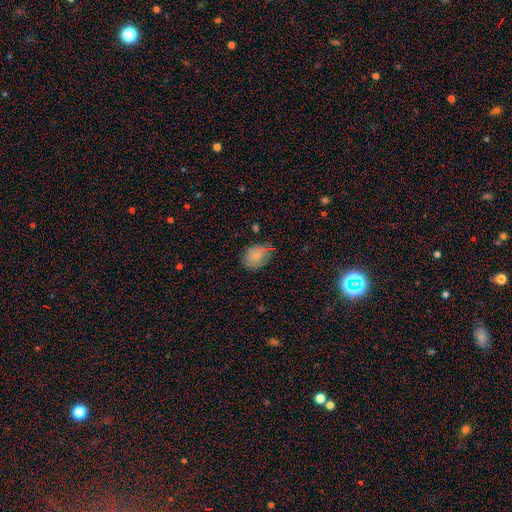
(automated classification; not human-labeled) smooth_or_featured: smooth (p=0.77) [alt: star or artifact p=0.12]
how_rounded: in between (p=0.68) [alt: round p=0.31]
merging: none (p=0.73) [alt: minor disturbance p=0.21]